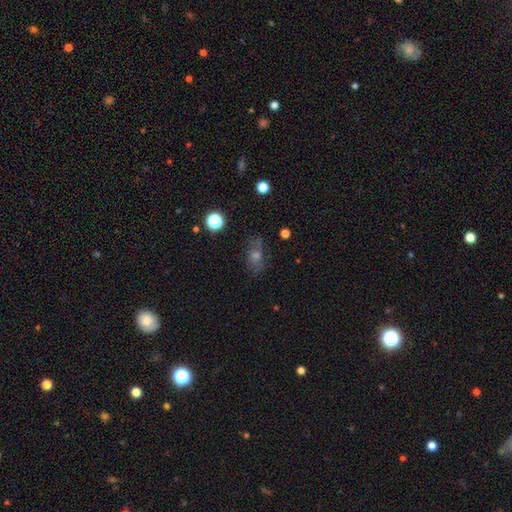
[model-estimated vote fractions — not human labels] Smooth or featured: smooth — 44% (featured or disk — 30%)
Merging: none — 72% (minor disturbance — 18%)